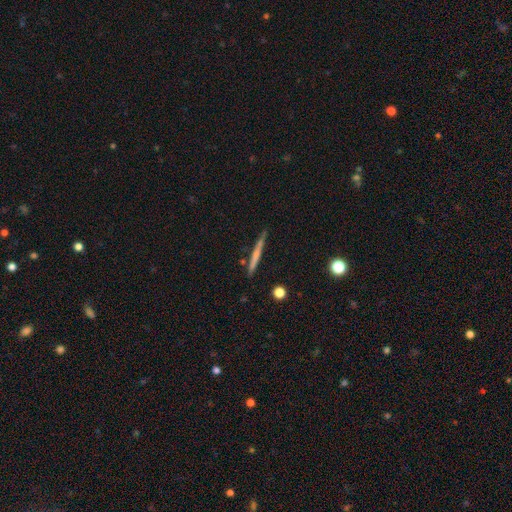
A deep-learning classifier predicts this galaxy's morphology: A smooth galaxy with no disk features (55%) that is cigar-shaped (96%). Merging: none (84%).